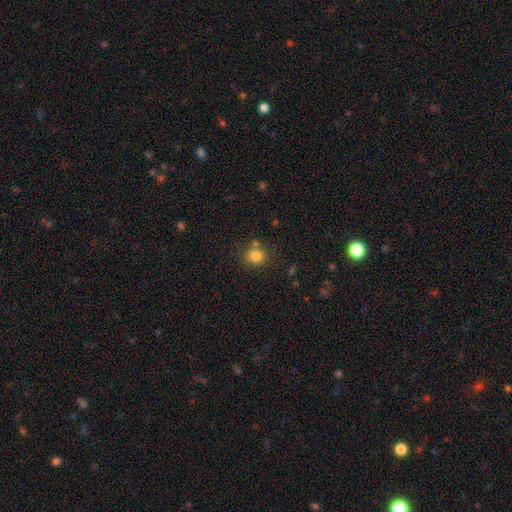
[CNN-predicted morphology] type=smooth (81%); roundness=round (85%); merging=none (75%).